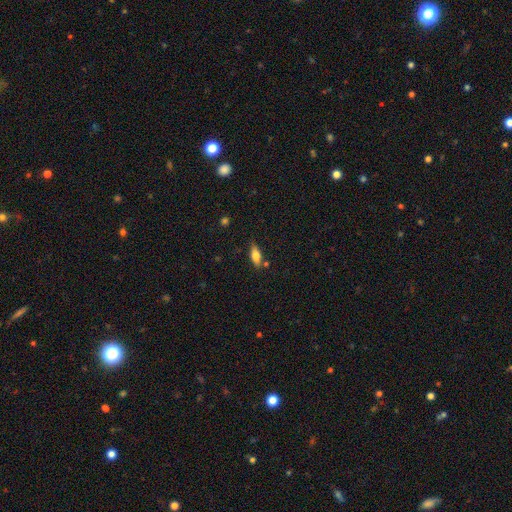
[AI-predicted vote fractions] smooth-or-featured: smooth: 68% | featured or disk: 25% | star or artifact: 8%
  how-rounded: in between: 74% | cigar-shaped: 23% | round: 3%
  merging: none: 76% | minor disturbance: 15% | merger: 6% | major disturbance: 3%